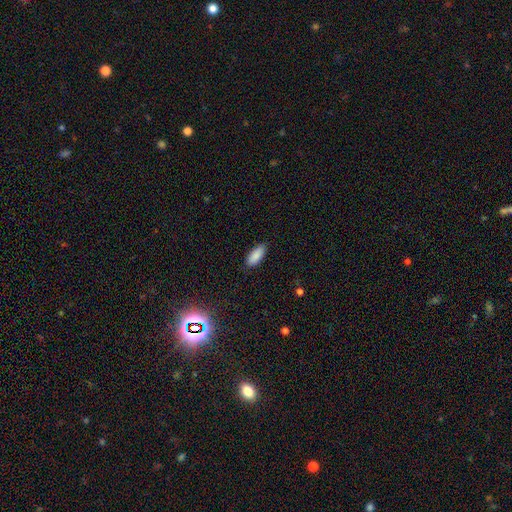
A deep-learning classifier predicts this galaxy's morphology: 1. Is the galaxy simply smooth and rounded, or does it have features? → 88% smooth, 7% star or artifact, 5% featured or disk.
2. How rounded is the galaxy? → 79% in between, 19% cigar-shaped, 2% round.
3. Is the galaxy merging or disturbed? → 86% none, 11% minor disturbance, 2% major disturbance, 1% merger.